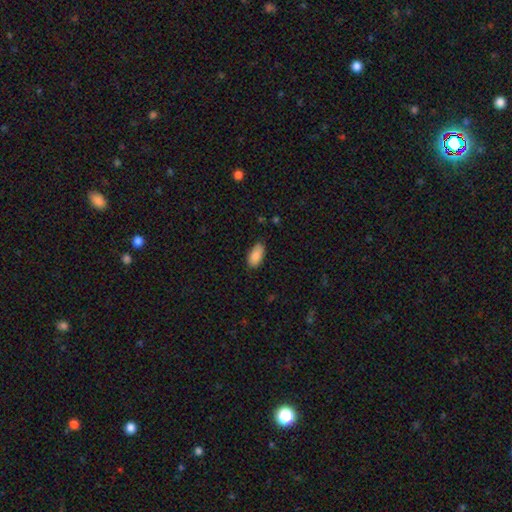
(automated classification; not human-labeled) This is clearly a smooth galaxy (88%). How rounded: clearly in between (93%). Merging: clearly none (80%).